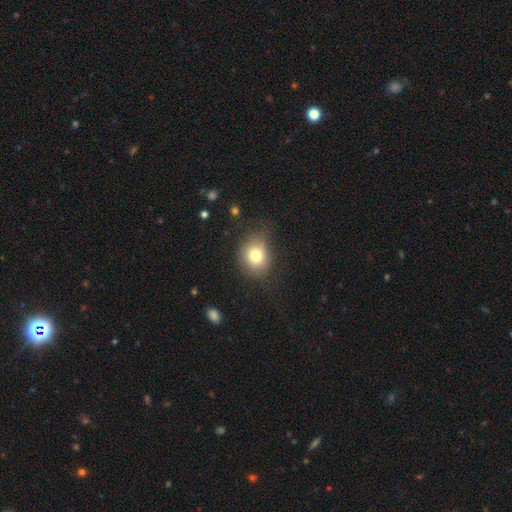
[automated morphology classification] Smooth or featured: smooth — 77% (featured or disk — 12%)
How rounded: round — 64% (in between — 35%)
Merging: none — 71% (minor disturbance — 20%)